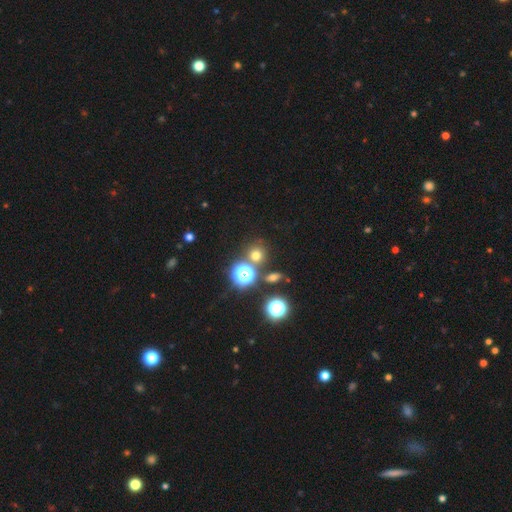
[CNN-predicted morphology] This is likely a smooth galaxy (65%). How rounded: clearly round (89%). Merging: likely none (76%).